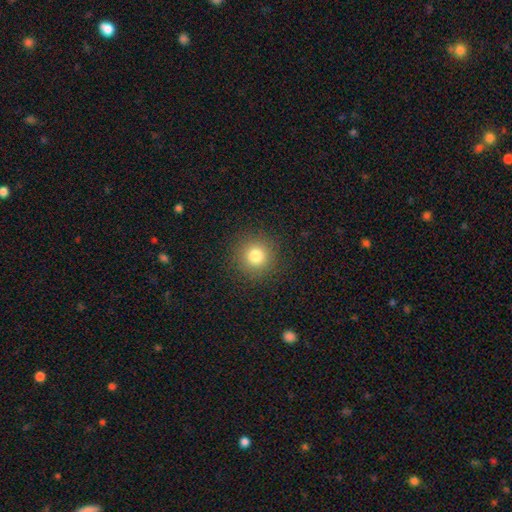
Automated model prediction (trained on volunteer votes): smooth 80%, star or artifact 13%, featured or disk 7%. Down the decision tree: how rounded — round (94%); merging — none (90%).